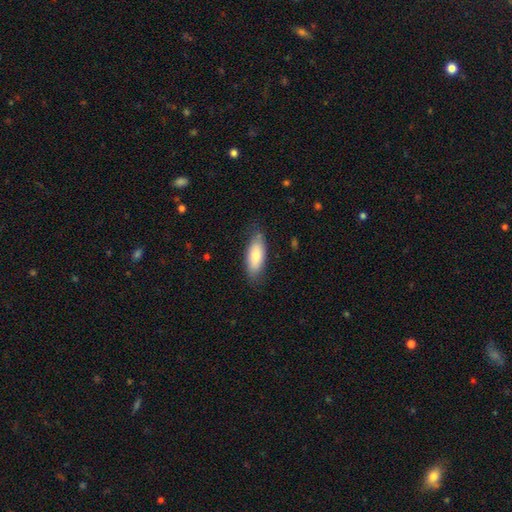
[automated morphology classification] smooth 79%, featured or disk 15%, star or artifact 6%. Down the decision tree: how rounded — in between (78%); merging — none (77%).